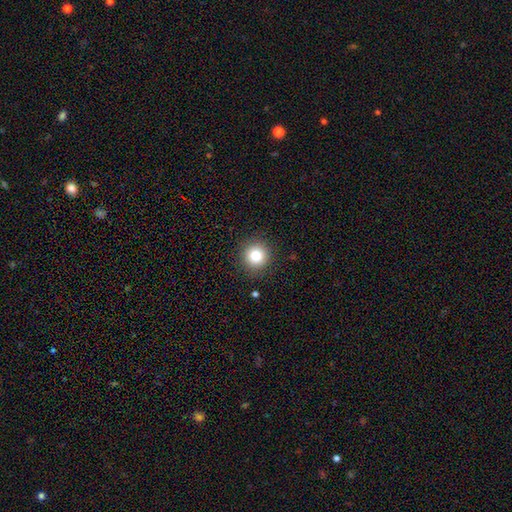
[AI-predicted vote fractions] Morphology: type=smooth (80%); roundness=round (94%); merging=none (91%).